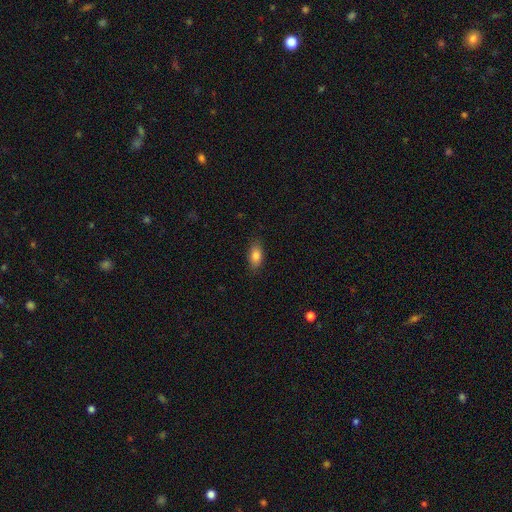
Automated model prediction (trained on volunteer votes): Smooth or featured? Predicted: smooth (p=0.83). How rounded? Predicted: in between (p=0.88). Merging? Predicted: none (p=0.84).